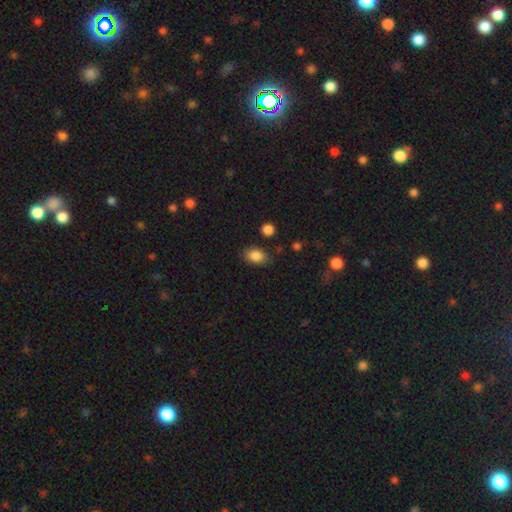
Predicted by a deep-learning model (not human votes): A smooth galaxy with no disk features (86%) that is in between round and cigar-shaped (84%).

Vote fractions:
- Smooth or featured? smooth: 86% / star or artifact: 8% / featured or disk: 5%
- How rounded? in between: 84% / round: 14% / cigar-shaped: 2%
- Merging? none: 81% / minor disturbance: 13% / major disturbance: 4% / merger: 3%